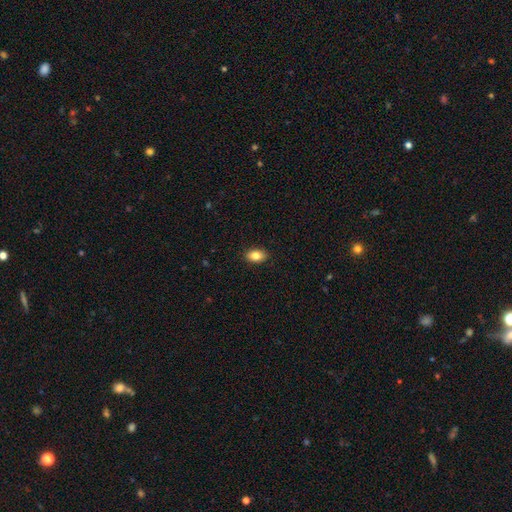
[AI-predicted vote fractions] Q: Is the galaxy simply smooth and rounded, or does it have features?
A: smooth — 83%.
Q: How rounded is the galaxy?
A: in between — 85%.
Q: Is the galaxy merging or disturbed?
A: none — 90%.